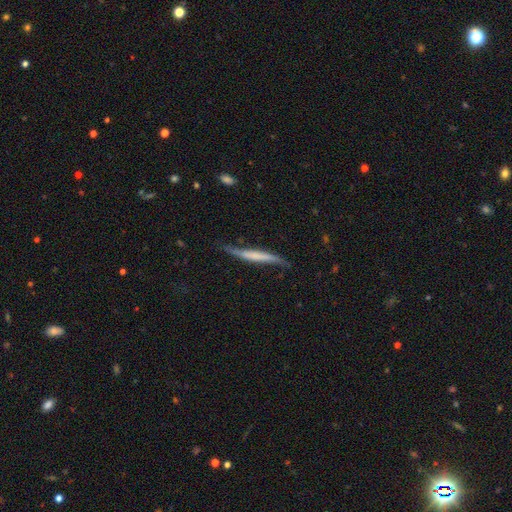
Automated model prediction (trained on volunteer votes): A featured or disk galaxy (55%) viewed edge-on (81%). Merging: none (57%).